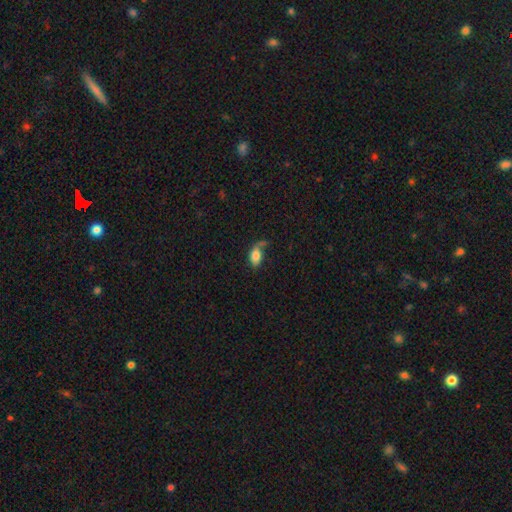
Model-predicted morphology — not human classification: This appears to be a smooth galaxy with no disk features (70%) that is in between round and cigar-shaped (86%). Merging: none (34%).